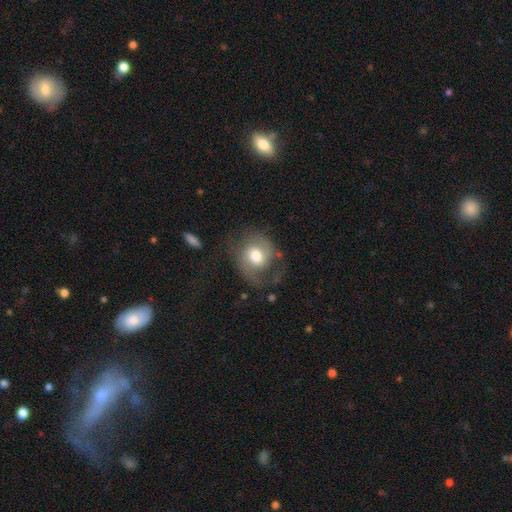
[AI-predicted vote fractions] Overall: featured or disk (64%; smooth 29%). Edge-on disk: no (97%). Bar: no (51%; weak 39%). Spiral arms: yes (87%). Spiral arm count: 2 (69%). Spiral winding: medium (47%; loose 28%). Bulge size: moderate (62%; large 26%). Merging: none (53%; major disturbance 24%).